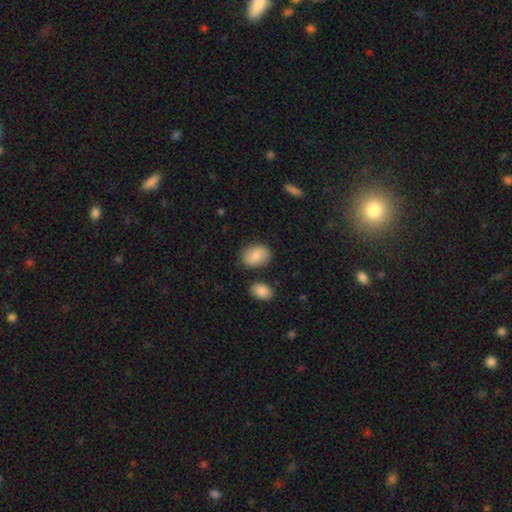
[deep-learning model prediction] This appears to be a smooth galaxy with no disk features (79%) that is in between round and cigar-shaped (77%). Merging: none (79%).